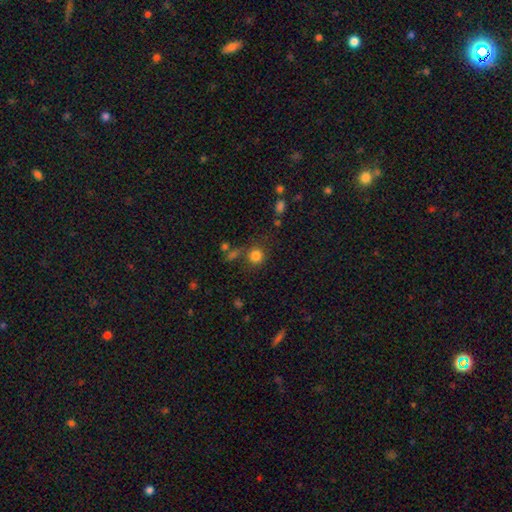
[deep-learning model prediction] Overall: smooth (81%). How rounded: round (90%). Merging: none (74%).